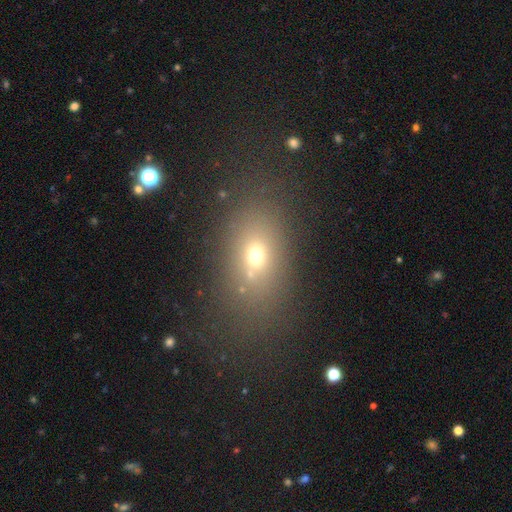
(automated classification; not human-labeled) smooth 63%, star or artifact 20%, featured or disk 17%. Down the decision tree: how rounded — in between (72%); merging — none (69%).